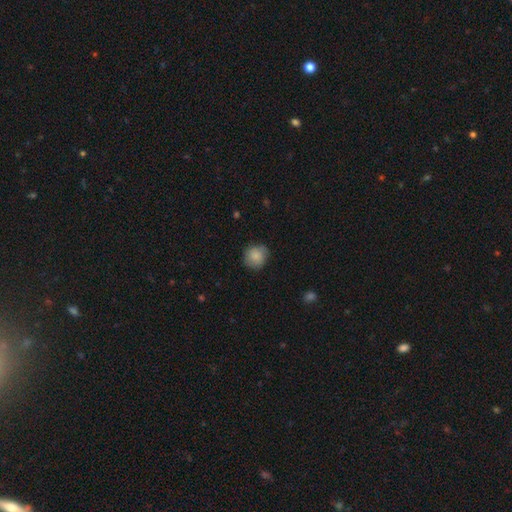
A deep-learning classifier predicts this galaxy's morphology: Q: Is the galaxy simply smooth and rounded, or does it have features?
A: smooth — 85%.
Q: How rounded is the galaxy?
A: round — 87%.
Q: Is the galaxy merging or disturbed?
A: none — 80%.